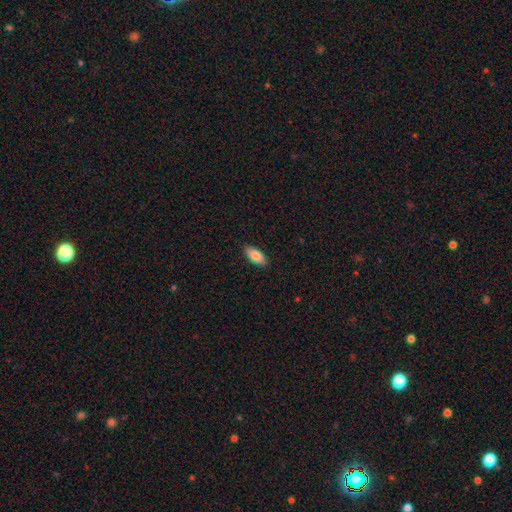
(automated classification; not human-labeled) smooth 82%, featured or disk 12%, star or artifact 6%. Down the decision tree: how rounded — in between (89%); merging — none (89%).